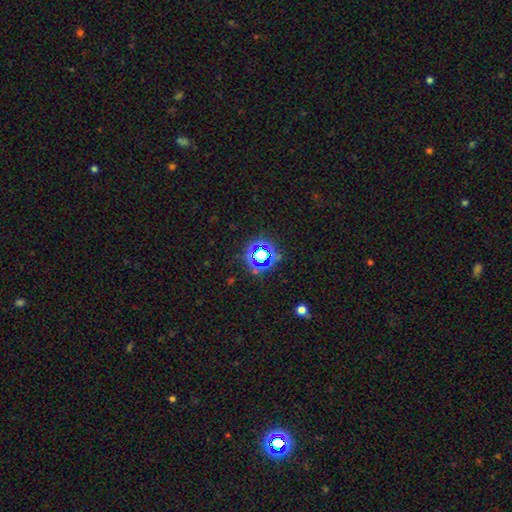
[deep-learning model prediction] Q: Smooth or featured?
A: star or artifact (68%); runner-up: smooth (22%)